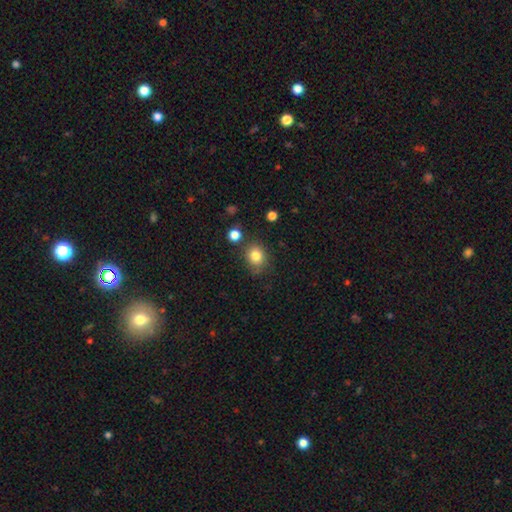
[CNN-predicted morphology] A smooth galaxy with no disk features (82%) that is round (66%). Merging: none (76%).